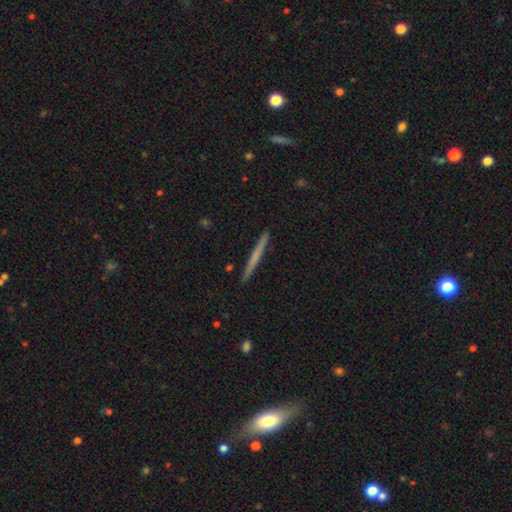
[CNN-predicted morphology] Smooth or featured? Predicted: smooth (p=0.51). How rounded? Predicted: cigar-shaped (p=0.97). Merging? Predicted: none (p=0.92).